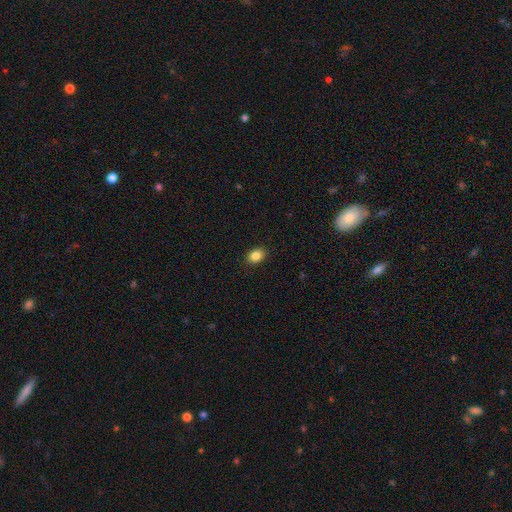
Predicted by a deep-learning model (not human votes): This appears to be a smooth galaxy with no disk features (86%) that is in between round and cigar-shaped (73%). Merging: none (89%).